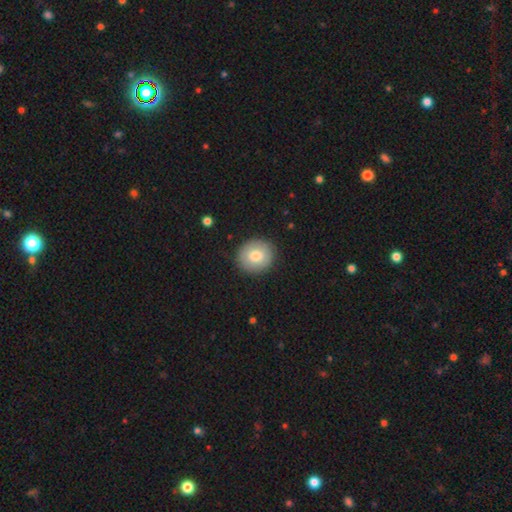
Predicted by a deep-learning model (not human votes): This is likely a smooth galaxy (77%). How rounded: clearly round (84%). Merging: clearly none (89%).